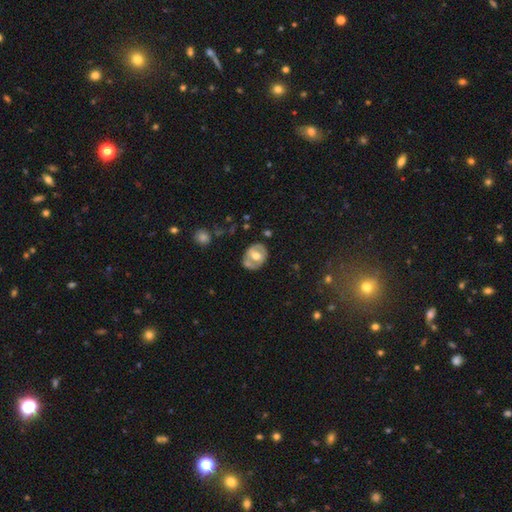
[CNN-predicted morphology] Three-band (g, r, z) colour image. It shows a featured or disk galaxy (52%). Merging: none (66%).